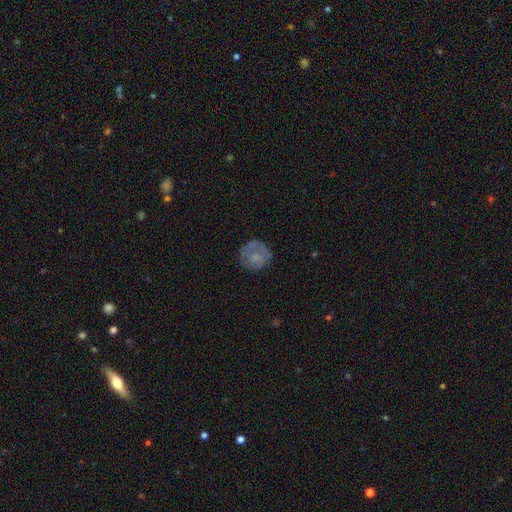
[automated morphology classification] The model was most divided on "smooth or featured": smooth: 63%, featured or disk: 28%, star or artifact: 9%. More confident: how rounded — round (89%); merging — none (71%).